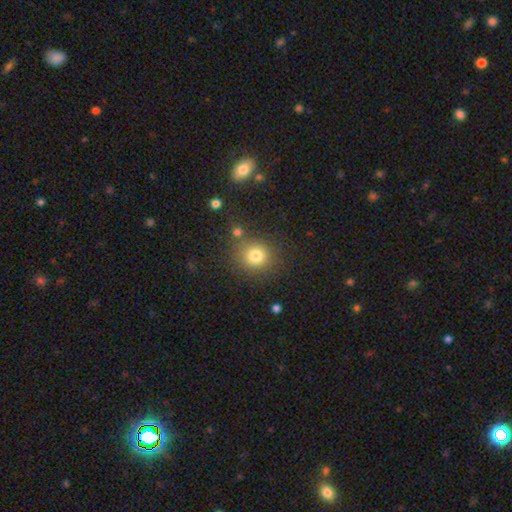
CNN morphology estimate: A smooth galaxy with no disk features (79%) that is round (86%). Merging: none (78%).